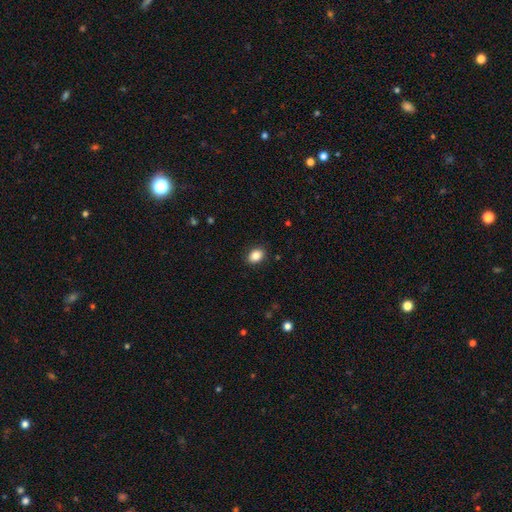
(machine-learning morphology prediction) This is clearly a smooth galaxy (86%). How rounded: likely in between (72%). Merging: clearly none (89%).